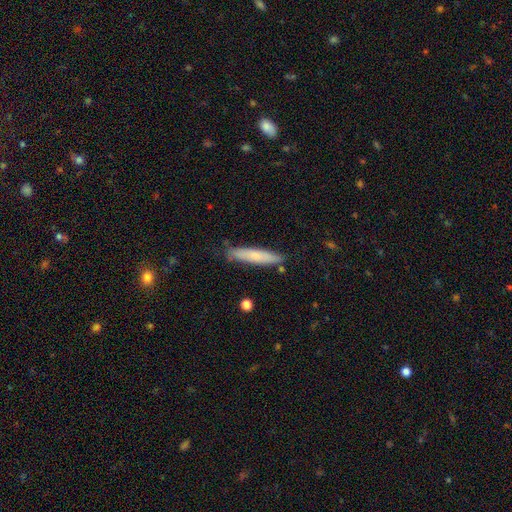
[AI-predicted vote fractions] This appears to be a smooth galaxy with no disk features (66%) that is cigar-shaped (87%). Merging: none (82%).